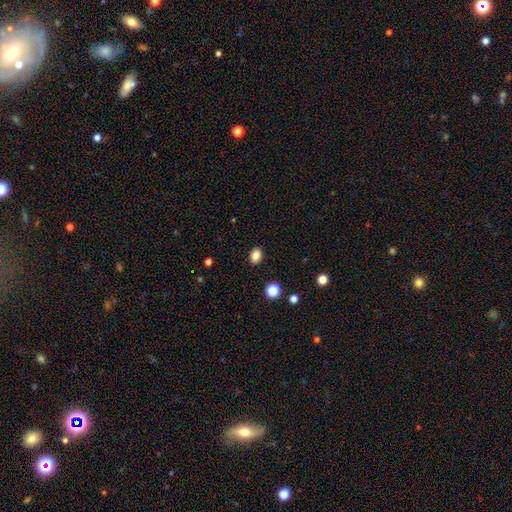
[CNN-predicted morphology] The model was most divided on "how rounded": in between: 71%, round: 28%, cigar-shaped: 1%. More confident: merging — none (89%); smooth or featured — smooth (85%).